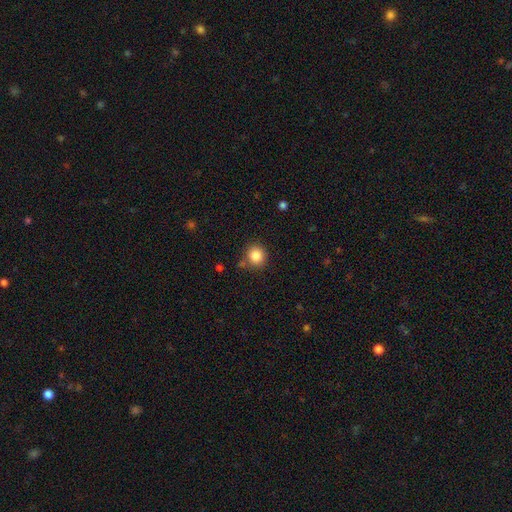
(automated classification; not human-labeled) Smooth or featured: smooth — 85% (star or artifact — 10%)
How rounded: round — 87% (in between — 13%)
Merging: none — 81% (minor disturbance — 11%)